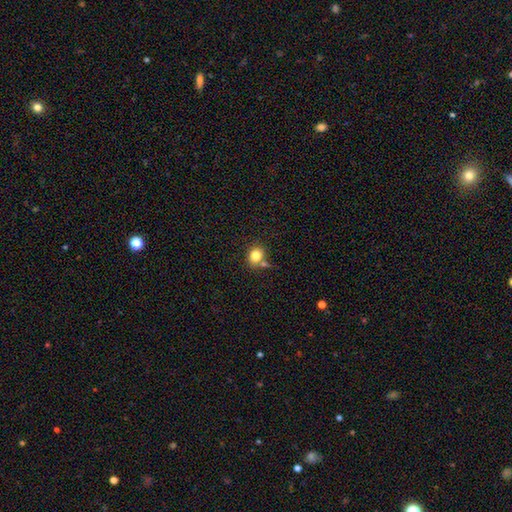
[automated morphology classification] smooth 81%, star or artifact 10%, featured or disk 8%. Down the decision tree: how rounded — round (59%); merging — none (63%).